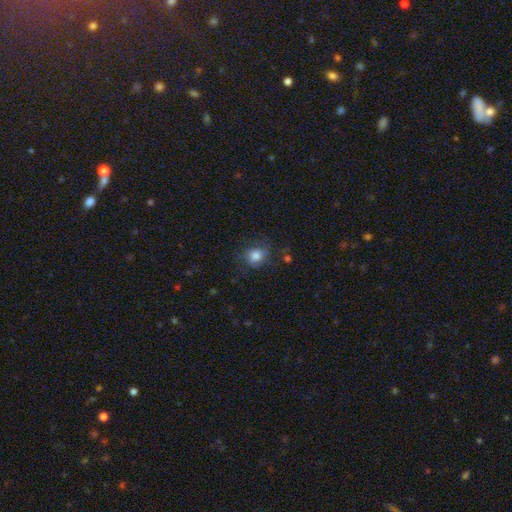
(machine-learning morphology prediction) Q: Smooth or featured?
A: smooth (80%); runner-up: featured or disk (10%)
Q: How rounded?
A: round (74%); runner-up: in between (25%)
Q: Merging?
A: none (71%); runner-up: minor disturbance (19%)